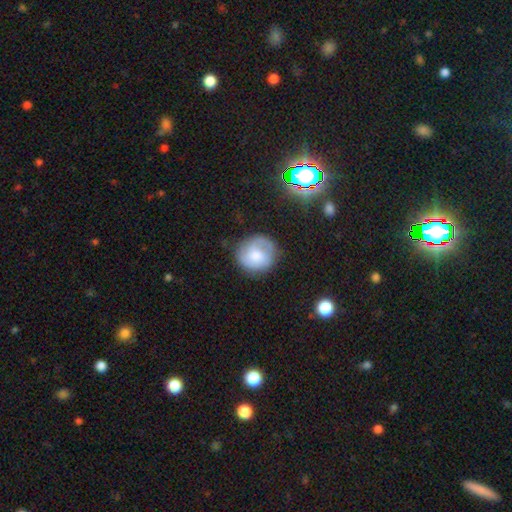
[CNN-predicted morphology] type=smooth (51%); roundness=round (86%); merging=none (70%).